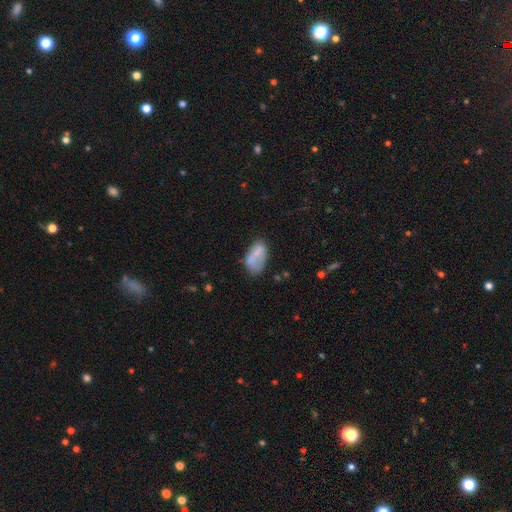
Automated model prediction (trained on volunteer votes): A smooth galaxy with no disk features (69%) that is in between round and cigar-shaped (92%).

Vote fractions:
- Smooth or featured? smooth: 69% / featured or disk: 23% / star or artifact: 9%
- How rounded? in between: 92% / round: 5% / cigar-shaped: 3%
- Merging? none: 45% / minor disturbance: 27% / major disturbance: 14% / merger: 14%